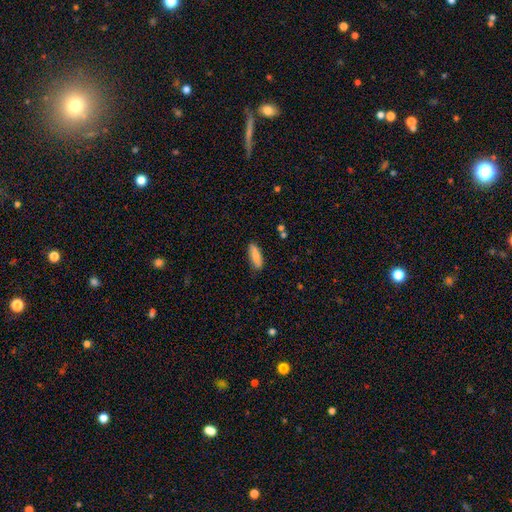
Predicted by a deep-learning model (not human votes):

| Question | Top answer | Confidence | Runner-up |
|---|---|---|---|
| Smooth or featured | smooth | 78% | featured or disk (16%) |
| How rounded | in between | 55% | cigar-shaped (43%) |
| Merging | none | 84% | minor disturbance (12%) |